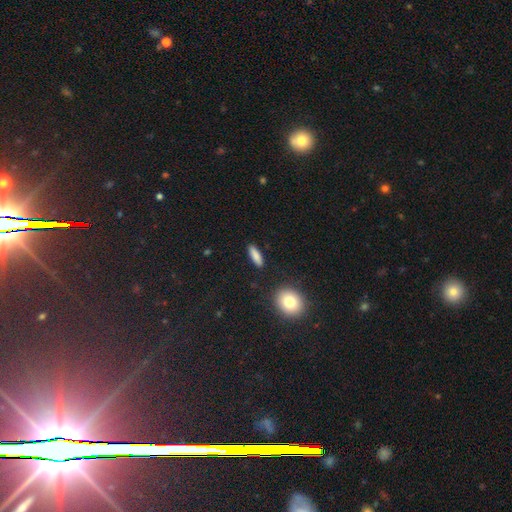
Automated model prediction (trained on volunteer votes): Morphology: type=smooth (84%); roundness=cigar-shaped (63%); merging=none (89%).